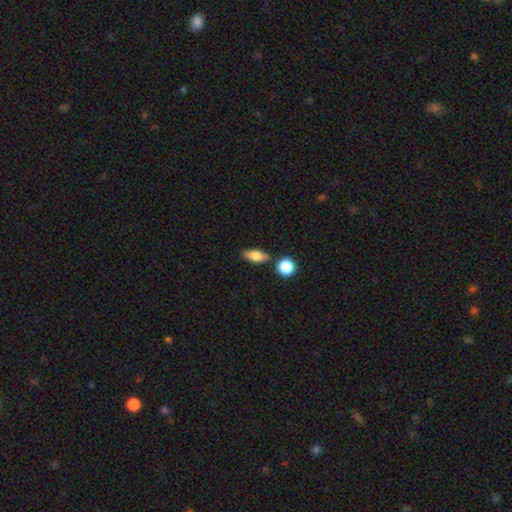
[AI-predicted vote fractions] A smooth galaxy with no disk features (76%) that is in between round and cigar-shaped (78%). Merging: none (80%).